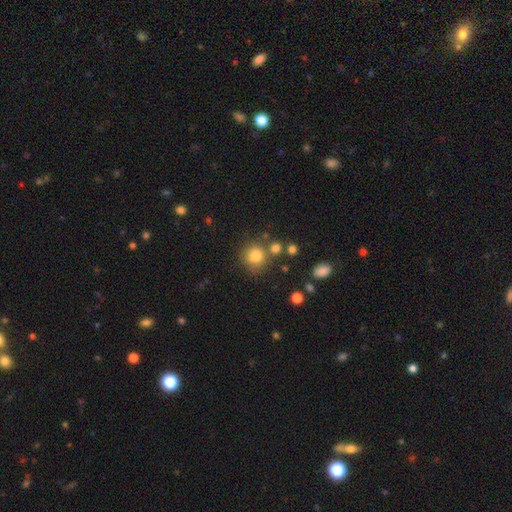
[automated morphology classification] This appears to be a smooth galaxy with no disk features (80%) that is round (89%). Merging: none (72%).